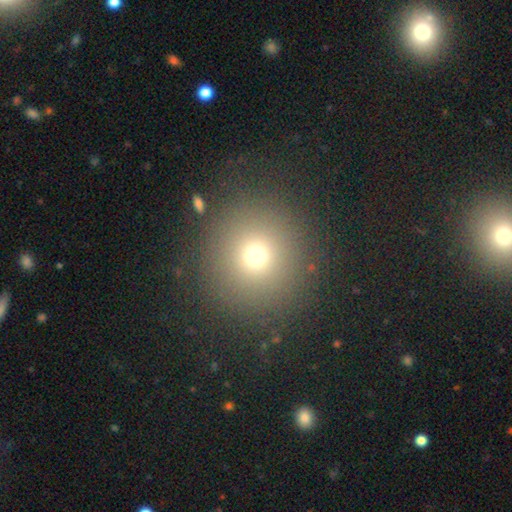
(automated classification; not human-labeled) Overall: smooth (70%). How rounded: round (95%). Merging: none (88%).